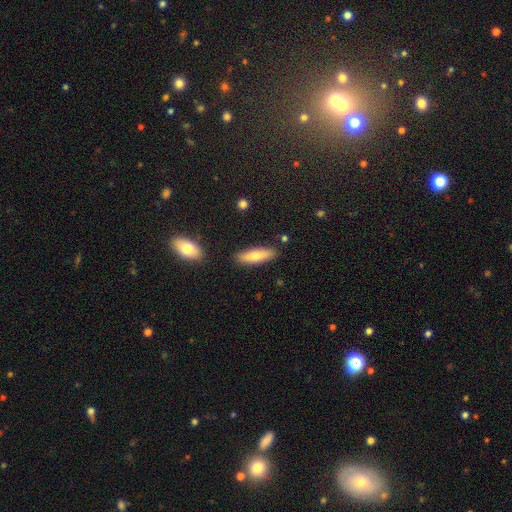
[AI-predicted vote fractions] The model was most divided on "how rounded": cigar-shaped: 60%, in between: 38%, round: 2%. More confident: merging — none (86%); smooth or featured — smooth (71%).